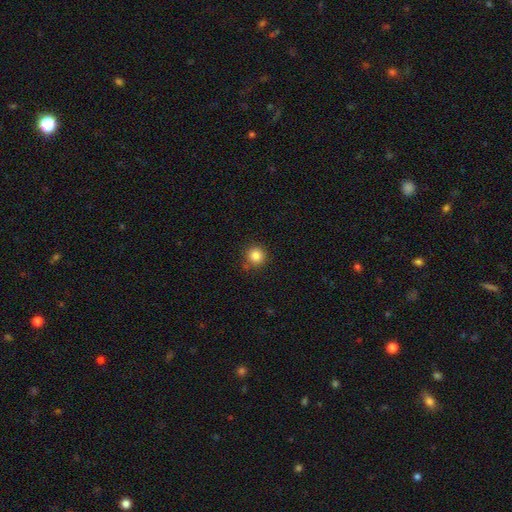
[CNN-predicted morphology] Smooth or featured? smooth (84%)
How rounded? round (95%)
Merging? none (85%)